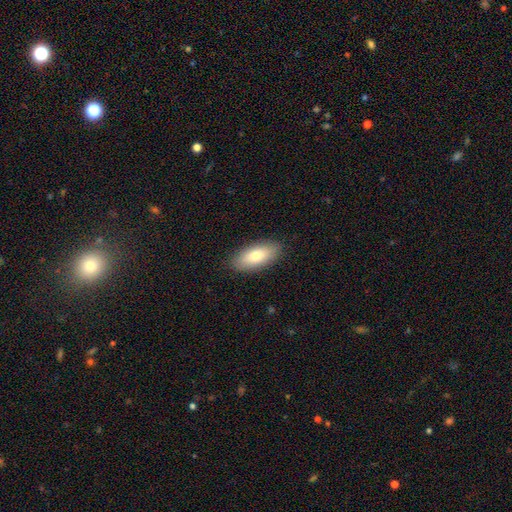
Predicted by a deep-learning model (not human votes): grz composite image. It shows a smooth galaxy with no disk features (75%) that is in between round and cigar-shaped (88%). Merging: none (88%).